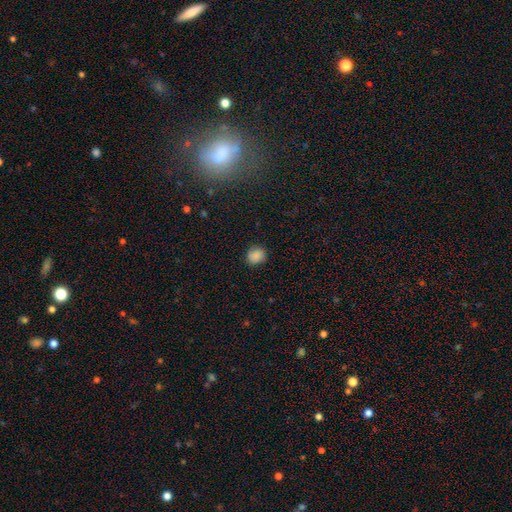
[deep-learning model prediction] smooth 86%, star or artifact 10%, featured or disk 4%. Down the decision tree: how rounded — round (76%); merging — none (85%).